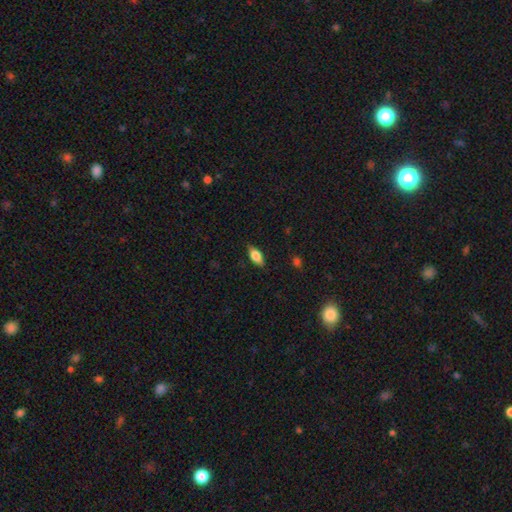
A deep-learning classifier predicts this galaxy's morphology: This appears to be a smooth galaxy with no disk features (71%) that is in between round and cigar-shaped (83%). Merging: none (83%).